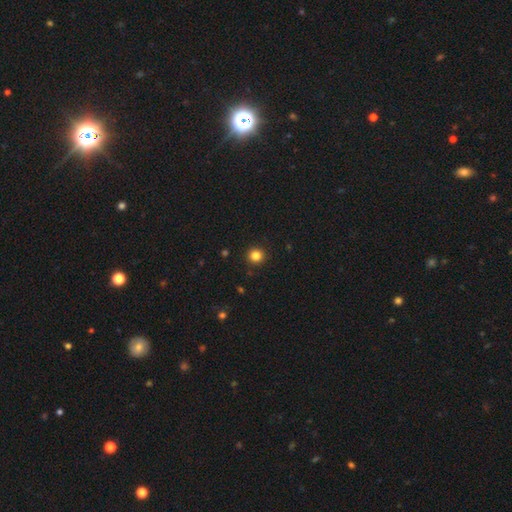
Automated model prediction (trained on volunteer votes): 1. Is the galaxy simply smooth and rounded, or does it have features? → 84% smooth, 12% star or artifact, 4% featured or disk.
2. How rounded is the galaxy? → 94% round, 5% in between, 1% cigar-shaped.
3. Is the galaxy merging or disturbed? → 93% none, 5% minor disturbance, 2% major disturbance, 1% merger.